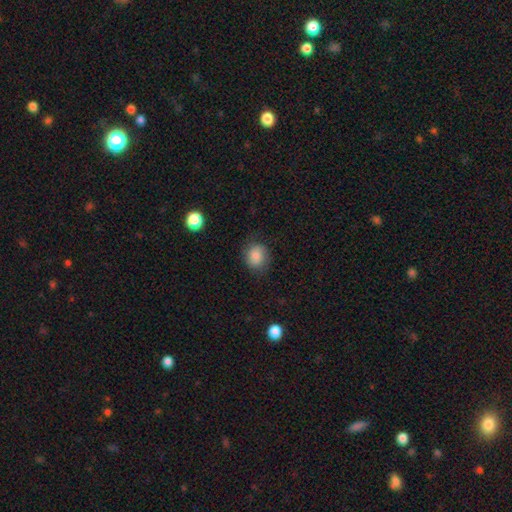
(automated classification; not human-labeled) Smooth or featured? smooth (82%)
How rounded? round (71%)
Merging? none (77%)